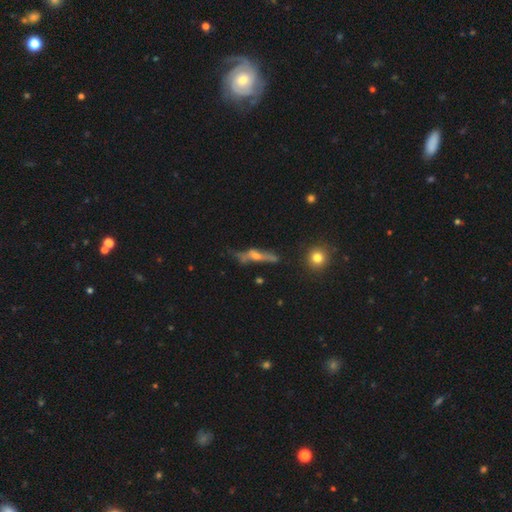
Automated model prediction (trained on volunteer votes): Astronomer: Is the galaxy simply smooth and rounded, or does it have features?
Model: featured or disk — 61%.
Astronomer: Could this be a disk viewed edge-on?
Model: yes — 75%.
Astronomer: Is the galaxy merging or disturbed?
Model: none — 49% (runner-up: minor disturbance, 24%).